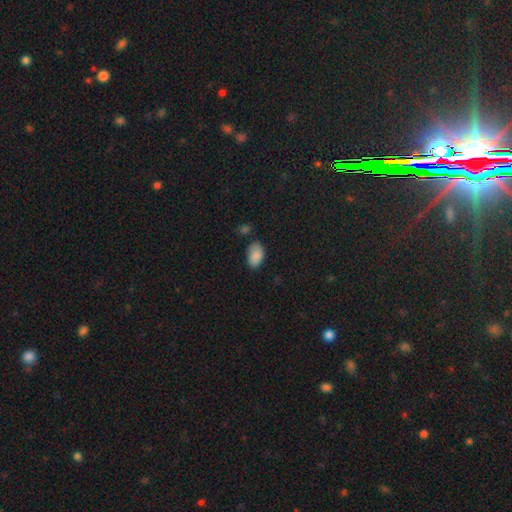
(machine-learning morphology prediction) This is clearly a smooth galaxy (87%). How rounded: clearly in between (93%). Merging: likely none (68%).